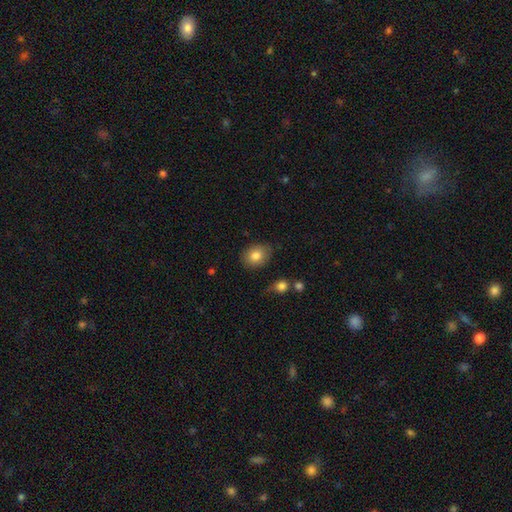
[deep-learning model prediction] This is clearly a smooth galaxy (82%). How rounded: possibly in between (52%). Merging: clearly none (81%).